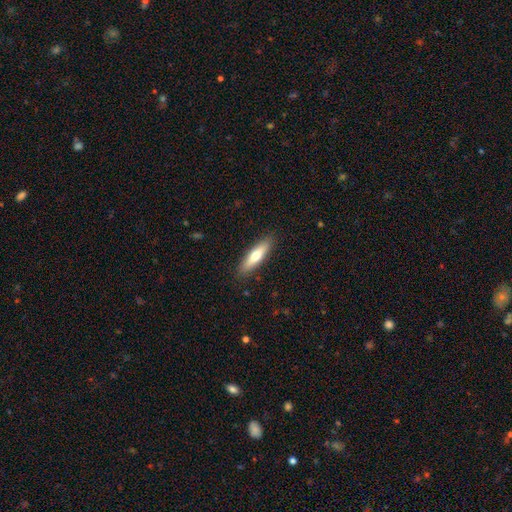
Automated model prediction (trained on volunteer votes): Smooth or featured: smooth — 63% (featured or disk — 31%)
How rounded: cigar-shaped — 68% (in between — 30%)
Merging: none — 89% (minor disturbance — 8%)